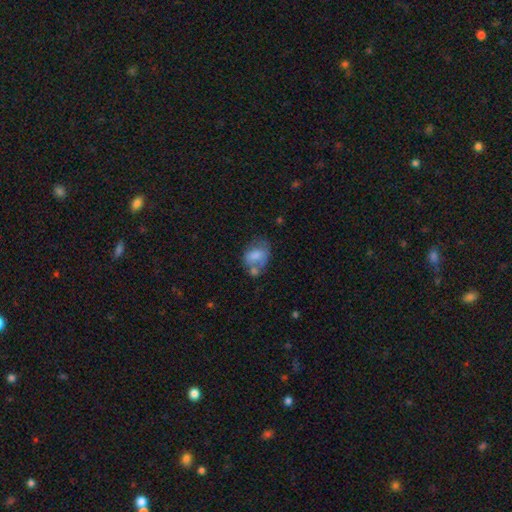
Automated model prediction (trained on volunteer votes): Smooth or featured? smooth (68%)
How rounded? in between (73%)
Merging? none (34%)